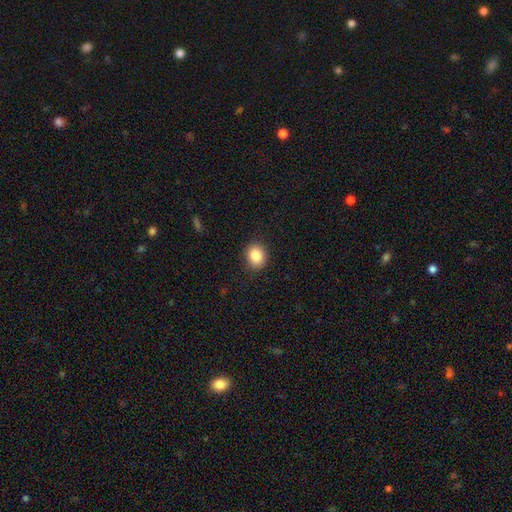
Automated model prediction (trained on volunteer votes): Smooth or featured: smooth — 85% (star or artifact — 9%)
How rounded: round — 62% (in between — 37%)
Merging: none — 89% (minor disturbance — 8%)